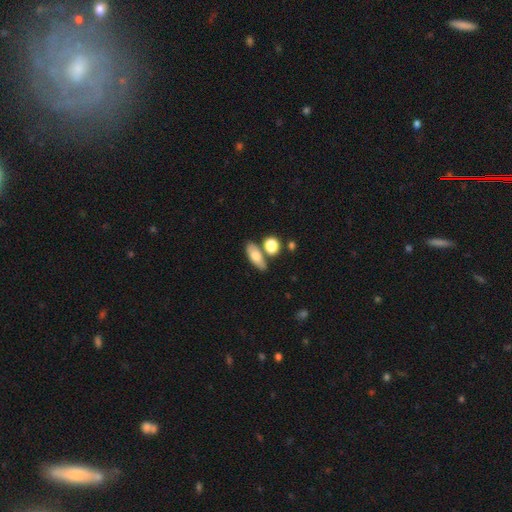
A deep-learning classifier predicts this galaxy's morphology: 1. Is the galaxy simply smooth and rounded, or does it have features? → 74% smooth, 17% featured or disk, 8% star or artifact.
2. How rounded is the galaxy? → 74% in between, 18% cigar-shaped, 9% round.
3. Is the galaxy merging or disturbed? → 62% none, 17% merger, 15% minor disturbance, 5% major disturbance.